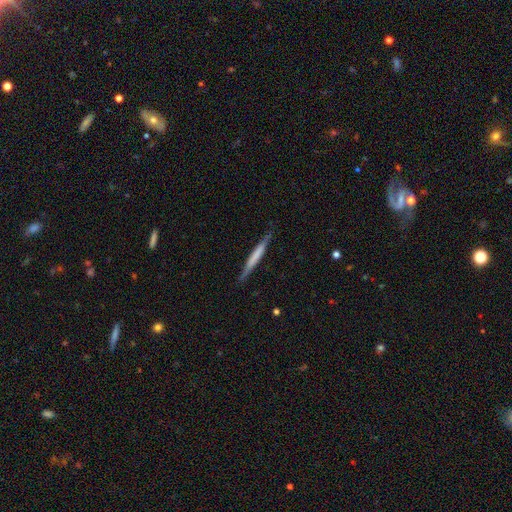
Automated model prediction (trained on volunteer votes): Smooth or featured? smooth (50%)
Merging? none (86%)